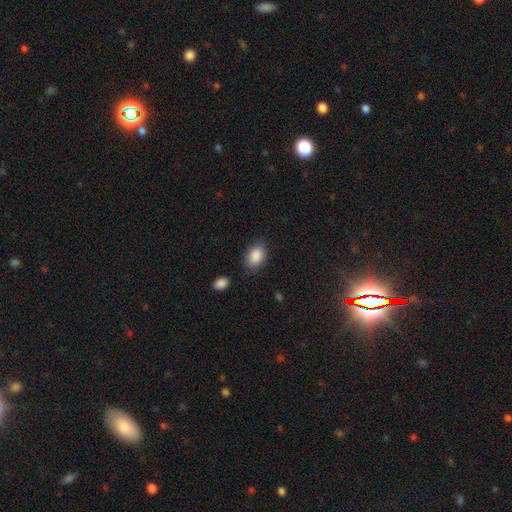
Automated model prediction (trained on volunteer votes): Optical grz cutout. It shows a smooth galaxy with no disk features (89%) that is in between round and cigar-shaped (85%). Merging: none (79%).